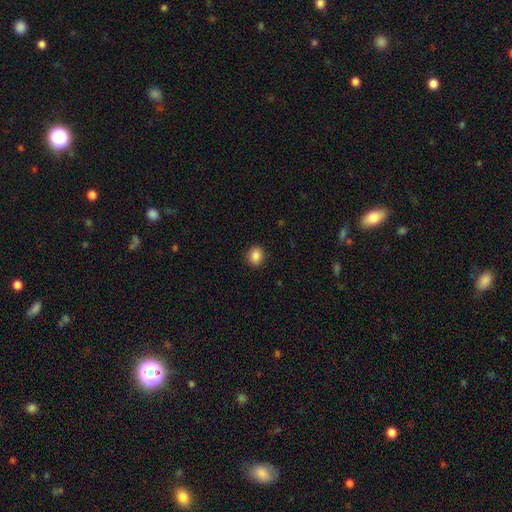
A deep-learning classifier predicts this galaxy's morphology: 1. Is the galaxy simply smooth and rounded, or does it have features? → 87% smooth, 9% star or artifact, 4% featured or disk.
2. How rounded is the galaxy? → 62% round, 37% in between, 1% cigar-shaped.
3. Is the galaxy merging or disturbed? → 91% none, 7% minor disturbance, 2% major disturbance, 1% merger.